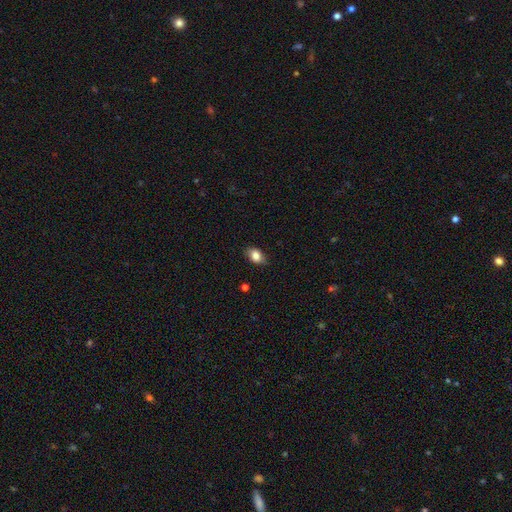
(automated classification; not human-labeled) Q: Smooth or featured?
A: smooth (82%); runner-up: featured or disk (10%)
Q: How rounded?
A: in between (81%); runner-up: round (17%)
Q: Merging?
A: none (79%); runner-up: minor disturbance (17%)